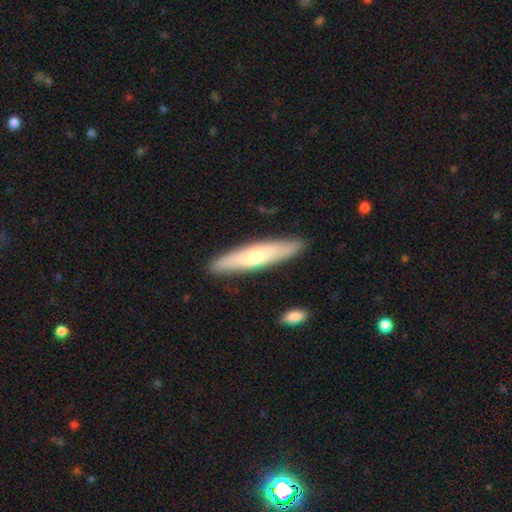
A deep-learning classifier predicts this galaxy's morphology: This is possibly a smooth galaxy (47%). Merging: clearly none (87%).